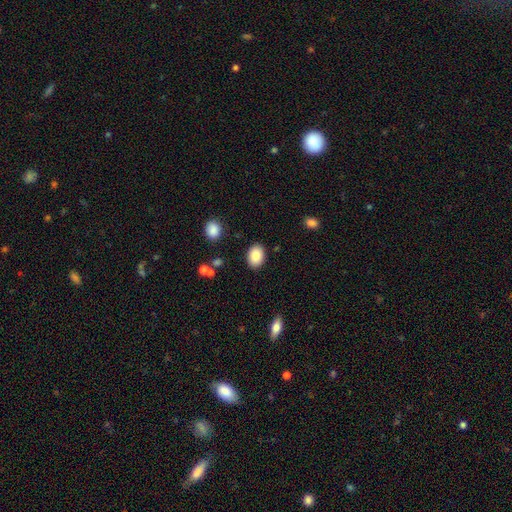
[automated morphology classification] smooth 86%, star or artifact 8%, featured or disk 6%. Down the decision tree: how rounded — in between (80%); merging — none (87%).